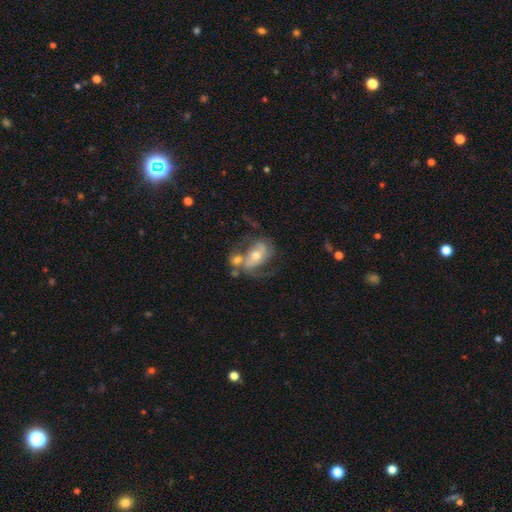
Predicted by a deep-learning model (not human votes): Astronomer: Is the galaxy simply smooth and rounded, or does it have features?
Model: featured or disk — 71%.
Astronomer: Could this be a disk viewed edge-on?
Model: no — 94%.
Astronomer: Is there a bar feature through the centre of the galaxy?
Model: no — 39% (runner-up: weak, 33%).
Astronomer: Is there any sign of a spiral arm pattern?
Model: yes — 80%.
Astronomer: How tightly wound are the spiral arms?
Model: medium — 44% (runner-up: loose, 34%).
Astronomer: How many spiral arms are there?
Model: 2 — 75%.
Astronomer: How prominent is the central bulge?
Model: moderate — 63%.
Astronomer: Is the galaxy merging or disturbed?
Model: none — 35% (runner-up: merger, 33%).